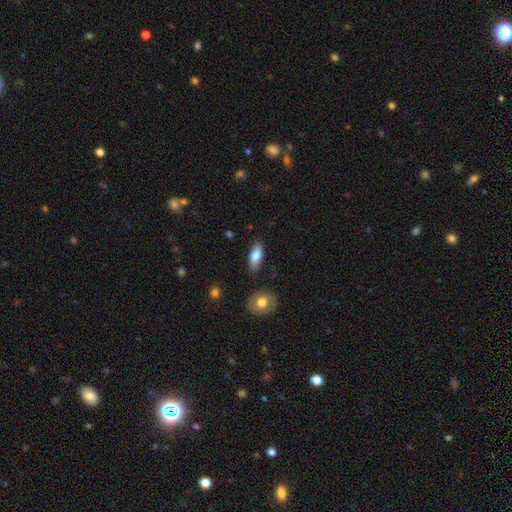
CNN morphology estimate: Smooth or featured? smooth (79%)
How rounded? in between (85%)
Merging? none (79%)